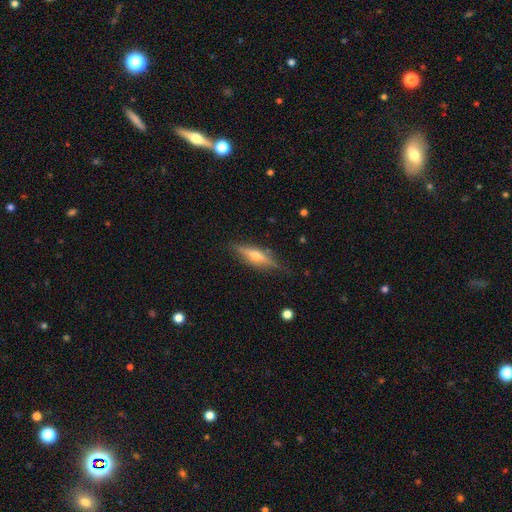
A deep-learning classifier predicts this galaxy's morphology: smooth-or-featured: featured or disk: 63% | smooth: 30% | star or artifact: 7%
  disk-edge-on: yes: 94% | no: 6%
    edge-on-bulge: rounded: 82% | boxy: 10% | none: 8%
  merging: none: 82% | minor disturbance: 13% | major disturbance: 3% | merger: 1%